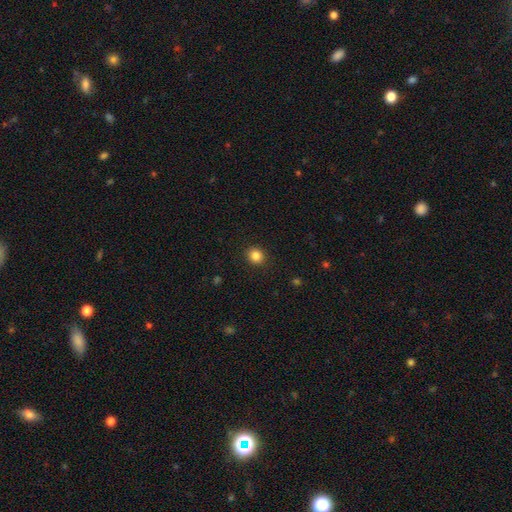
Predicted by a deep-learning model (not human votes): Smooth or featured? Predicted: smooth (p=0.84). How rounded? Predicted: round (p=0.84). Merging? Predicted: none (p=0.91).